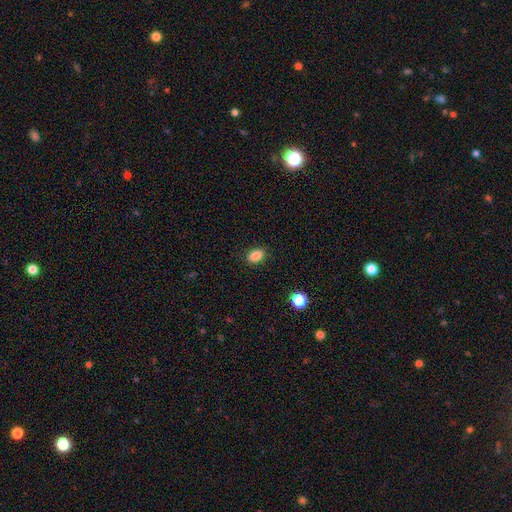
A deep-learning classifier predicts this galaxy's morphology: A smooth galaxy with no disk features (87%) that is in between round and cigar-shaped (83%).

Vote fractions:
- Smooth or featured? smooth: 87% / star or artifact: 10% / featured or disk: 4%
- How rounded? in between: 83% / round: 15% / cigar-shaped: 2%
- Merging? none: 88% / minor disturbance: 9% / major disturbance: 2% / merger: 1%